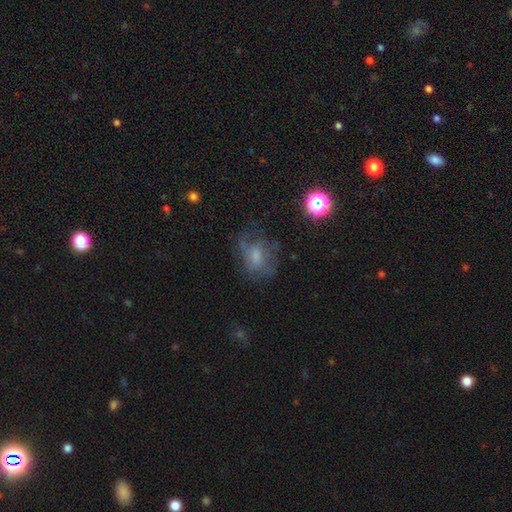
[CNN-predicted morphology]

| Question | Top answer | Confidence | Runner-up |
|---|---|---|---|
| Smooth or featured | featured or disk | 45% | smooth (37%) |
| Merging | none | 50% | major disturbance (25%) |